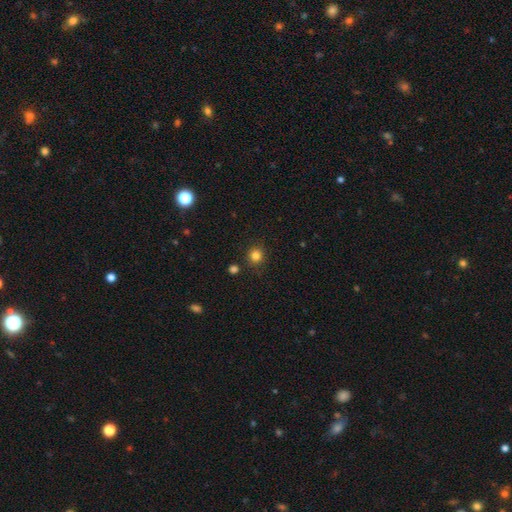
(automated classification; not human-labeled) Smooth or featured?
  - smooth: 82% *
  - star or artifact: 13%
  - featured or disk: 5%
How rounded?
  - round: 91% *
  - in between: 8%
  - cigar-shaped: 1%
Merging?
  - none: 88% *
  - minor disturbance: 7%
  - merger: 3%
  - major disturbance: 2%